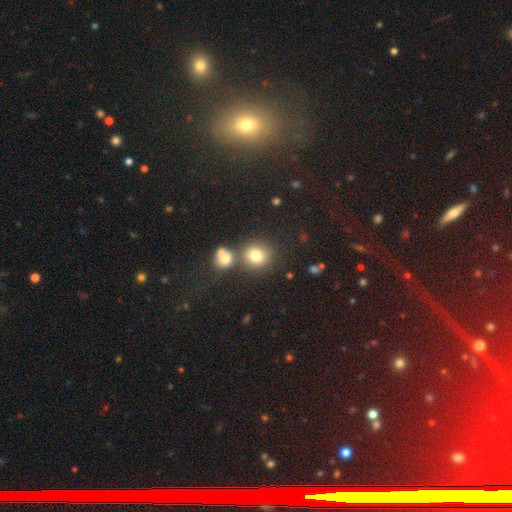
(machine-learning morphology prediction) Smooth or featured? Predicted: smooth (p=0.78). How rounded? Predicted: round (p=0.82). Merging? Predicted: none (p=0.64).